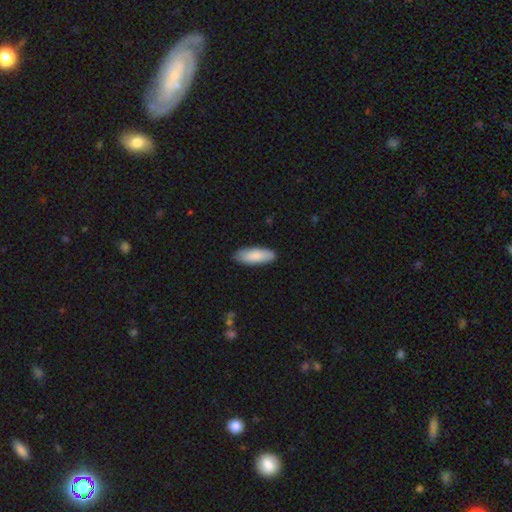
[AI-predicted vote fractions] smooth-or-featured: smooth: 84% | featured or disk: 11% | star or artifact: 5%
  how-rounded: in between: 70% | cigar-shaped: 28% | round: 2%
  merging: none: 85% | minor disturbance: 12% | major disturbance: 2% | merger: 1%